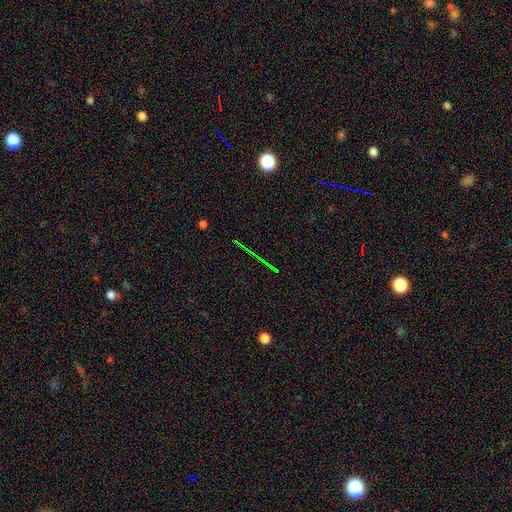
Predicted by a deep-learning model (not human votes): Smooth or featured? Predicted: star or artifact (p=0.74).